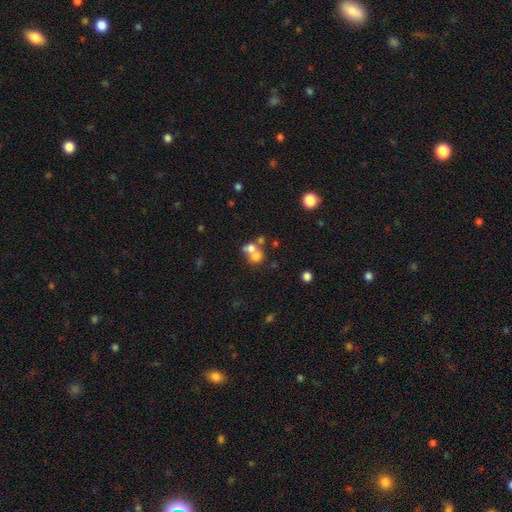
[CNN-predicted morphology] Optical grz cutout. It shows a smooth galaxy with no disk features (64%) that is round (65%). Merging: merger (62%).